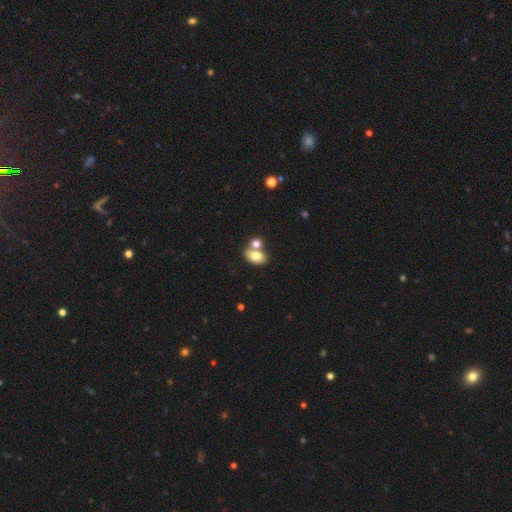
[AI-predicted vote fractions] smooth_or_featured: smooth (p=0.76) [alt: featured or disk p=0.15]
how_rounded: in between (p=0.81) [alt: round p=0.17]
merging: none (p=0.44) [alt: merger p=0.43]